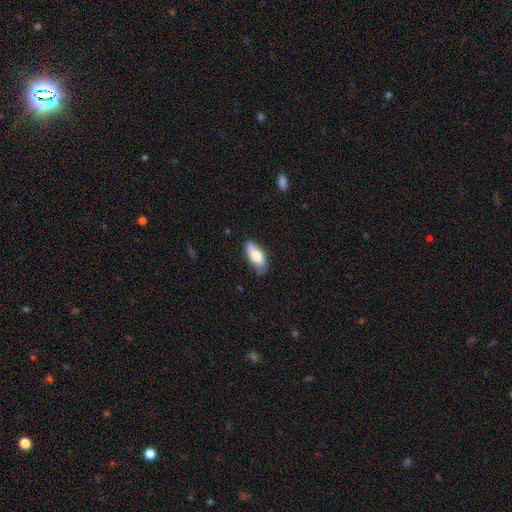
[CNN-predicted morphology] smooth 76%, featured or disk 18%, star or artifact 6%. Down the decision tree: how rounded — in between (82%); merging — none (74%).